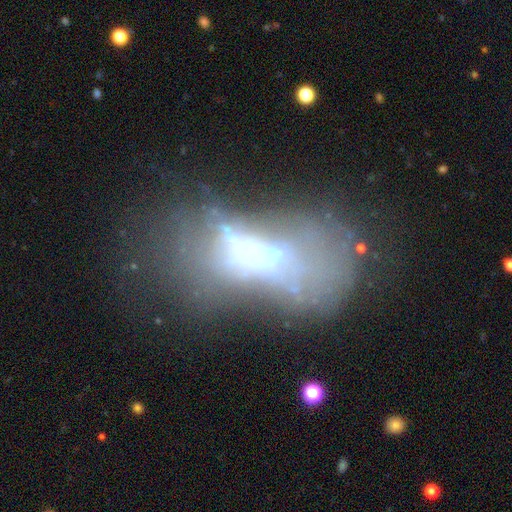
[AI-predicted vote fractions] Overall: featured or disk (54%; smooth 28%). Edge-on disk: no (89%). Merging: major disturbance (39%; none 23%).